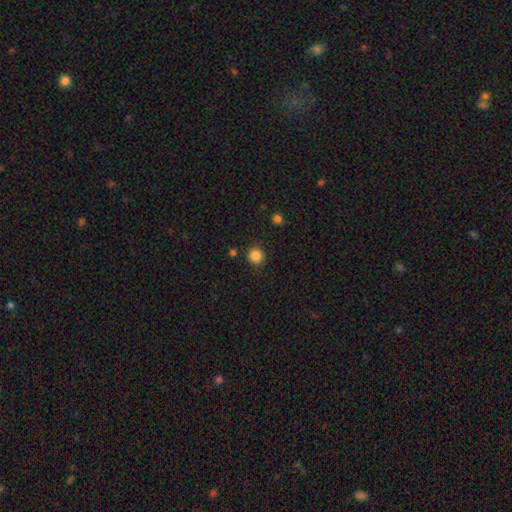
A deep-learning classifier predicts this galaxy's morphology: Smooth or featured: smooth — 85% (star or artifact — 11%)
How rounded: round — 93% (in between — 6%)
Merging: none — 89% (minor disturbance — 7%)